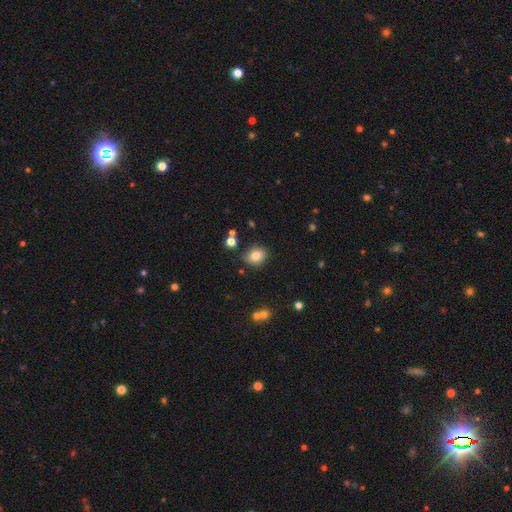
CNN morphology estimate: smooth 81%, star or artifact 11%, featured or disk 8%. Down the decision tree: how rounded — round (59%); merging — none (81%).